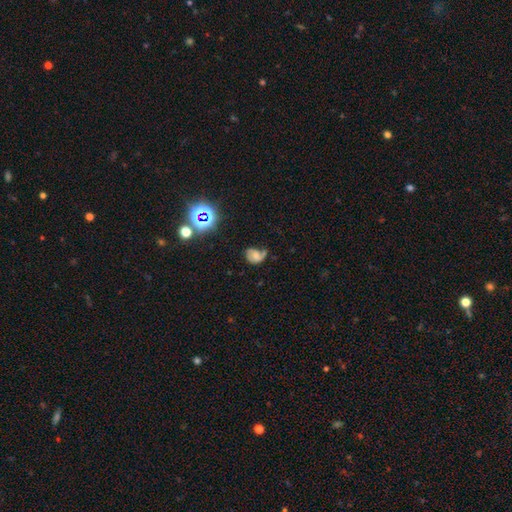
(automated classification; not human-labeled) Overall: smooth (44%; featured or disk 39%). Merging: none (37%; minor disturbance 31%).